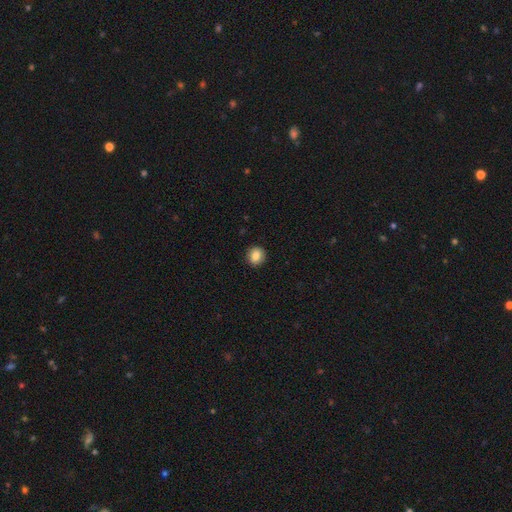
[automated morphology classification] A smooth galaxy with no disk features (85%) that is round (81%).

Vote fractions:
- Smooth or featured? smooth: 85% / star or artifact: 9% / featured or disk: 6%
- How rounded? round: 81% / in between: 18% / cigar-shaped: 1%
- Merging? none: 91% / minor disturbance: 6% / major disturbance: 2% / merger: 1%